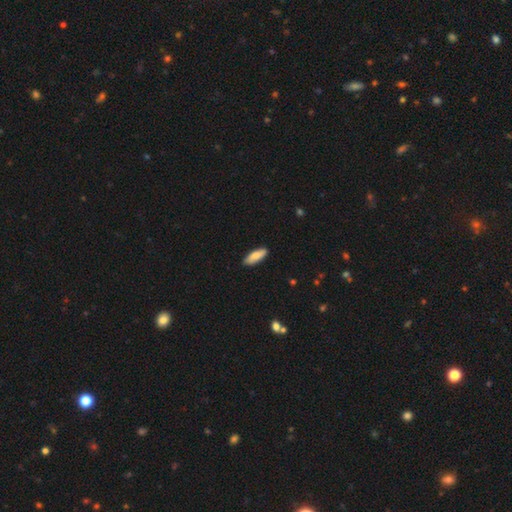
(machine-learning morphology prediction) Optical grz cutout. It shows a smooth galaxy with no disk features (80%) that is in between round and cigar-shaped (62%). Merging: none (88%).